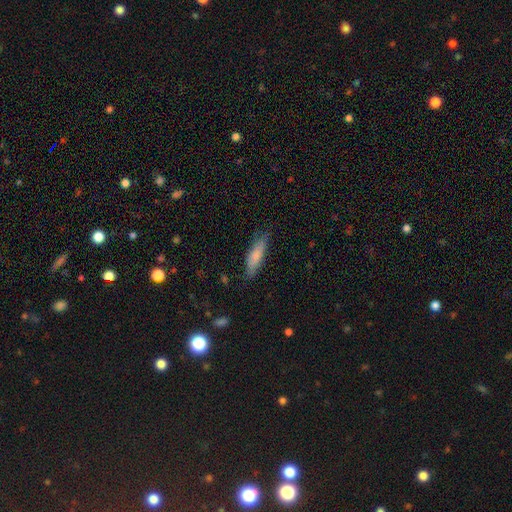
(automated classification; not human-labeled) smooth-or-featured: smooth: 78% | featured or disk: 16% | star or artifact: 6%
  how-rounded: cigar-shaped: 68% | in between: 30% | round: 2%
  merging: none: 75% | minor disturbance: 19% | major disturbance: 4% | merger: 1%